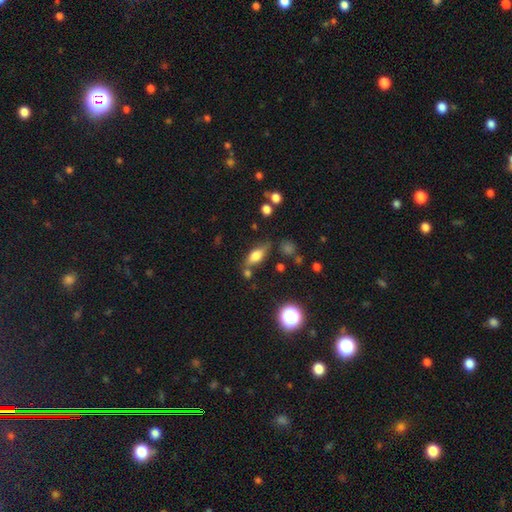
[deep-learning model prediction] smooth-or-featured: smooth: 67% | featured or disk: 22% | star or artifact: 11%
  how-rounded: in between: 75% | cigar-shaped: 19% | round: 5%
  merging: none: 66% | minor disturbance: 18% | merger: 11% | major disturbance: 6%